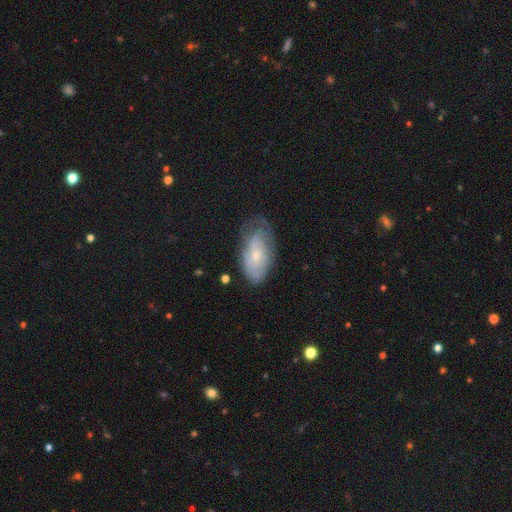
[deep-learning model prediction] A featured or disk galaxy (57%) with no bar (79%), spiral arms (69%) and a small central bulge (66%). Merging: none (56%).